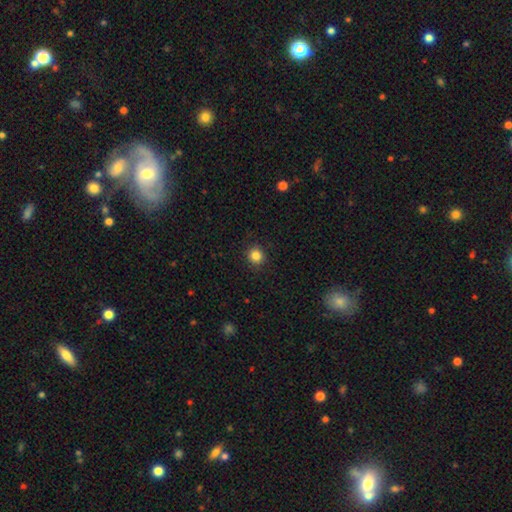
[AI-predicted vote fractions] Overall: smooth (84%). How rounded: round (90%). Merging: none (91%).